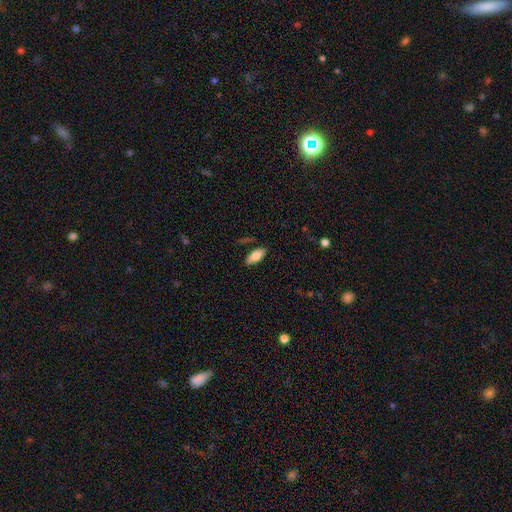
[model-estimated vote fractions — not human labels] Morphology: type=smooth (79%); roundness=in between (84%); merging=none (85%).